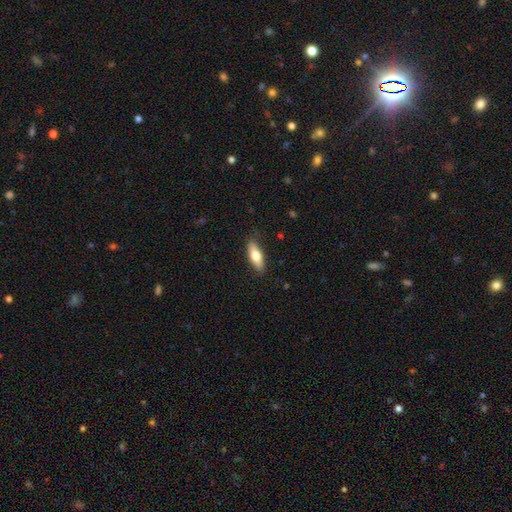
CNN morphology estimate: Smooth or featured? smooth (70%)
How rounded? in between (61%)
Merging? none (85%)